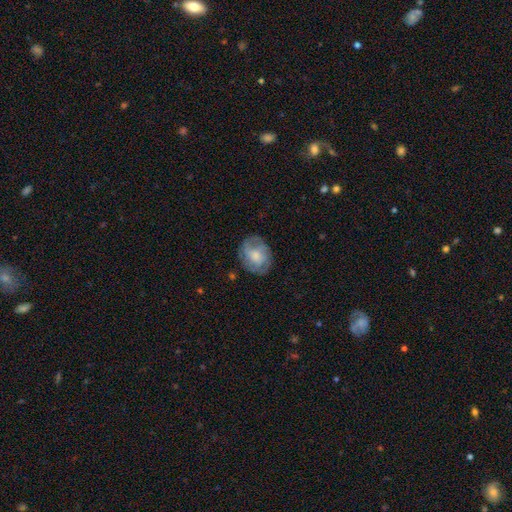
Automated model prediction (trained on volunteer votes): Smooth or featured?
  - smooth: 46% * (tied)
  - featured or disk: 46% * (tied)
  - star or artifact: 7%
Merging?
  - none: 72% *
  - minor disturbance: 20%
  - major disturbance: 8%
  - merger: 1%